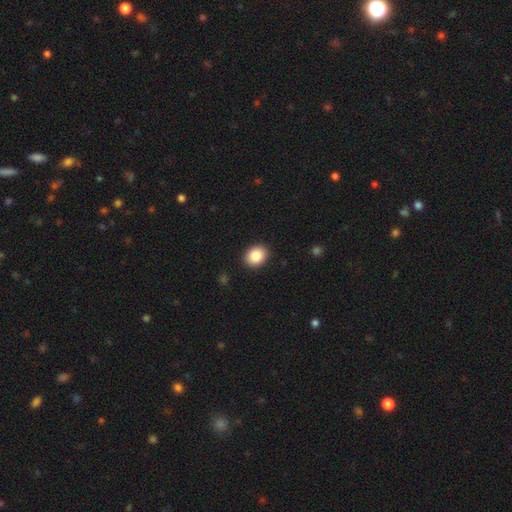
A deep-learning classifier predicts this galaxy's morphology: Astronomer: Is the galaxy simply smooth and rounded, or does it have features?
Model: smooth — 86%.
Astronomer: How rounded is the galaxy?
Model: round — 54% (runner-up: in between, 46%).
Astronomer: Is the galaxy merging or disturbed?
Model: none — 90%.